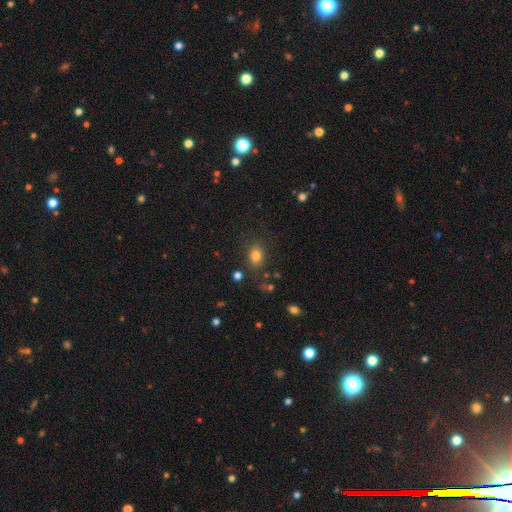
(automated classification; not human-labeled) Smooth or featured? smooth (80%)
How rounded? in between (68%)
Merging? none (78%)